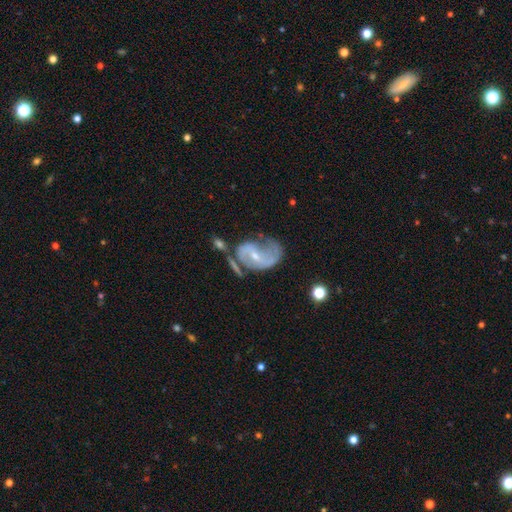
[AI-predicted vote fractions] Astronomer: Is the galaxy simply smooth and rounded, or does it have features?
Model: featured or disk — 83%.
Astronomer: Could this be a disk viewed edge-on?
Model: no — 97%.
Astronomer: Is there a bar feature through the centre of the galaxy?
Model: weak — 44% (runner-up: no, 29%).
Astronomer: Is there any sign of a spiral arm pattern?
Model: yes — 91%.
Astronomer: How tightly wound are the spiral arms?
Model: medium — 46% (runner-up: loose, 34%).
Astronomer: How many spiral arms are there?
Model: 2 — 75%.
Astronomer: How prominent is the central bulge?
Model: small — 65%.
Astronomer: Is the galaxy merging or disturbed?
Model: none — 38% (runner-up: major disturbance, 24%).